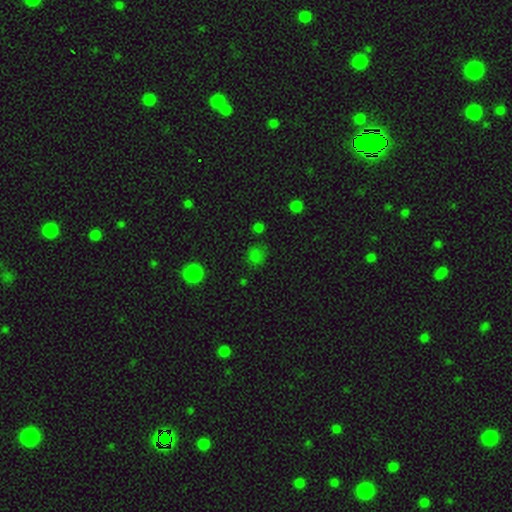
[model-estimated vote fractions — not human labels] This is likely a smooth galaxy (71%). How rounded: likely round (78%). Merging: likely none (76%).